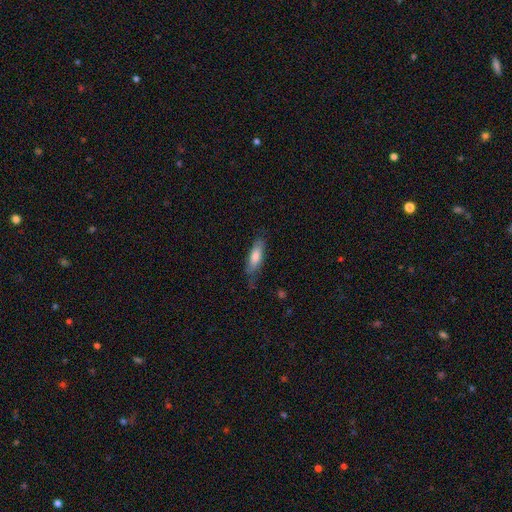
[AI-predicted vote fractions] Overall: smooth (72%). How rounded: in between (52%; cigar-shaped 47%). Merging: none (68%).